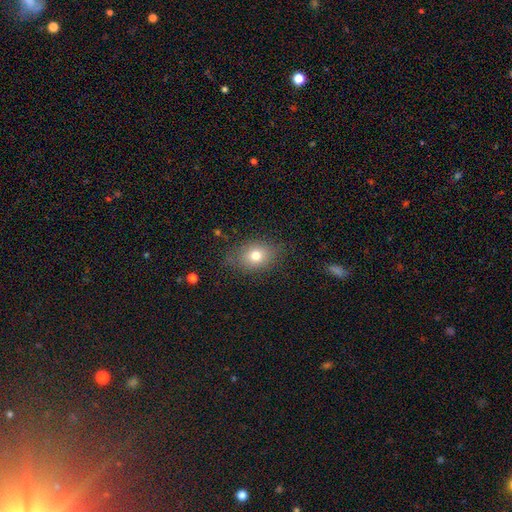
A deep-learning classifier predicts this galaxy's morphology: A smooth galaxy with no disk features (76%) that is in between round and cigar-shaped (61%). Merging: none (76%).